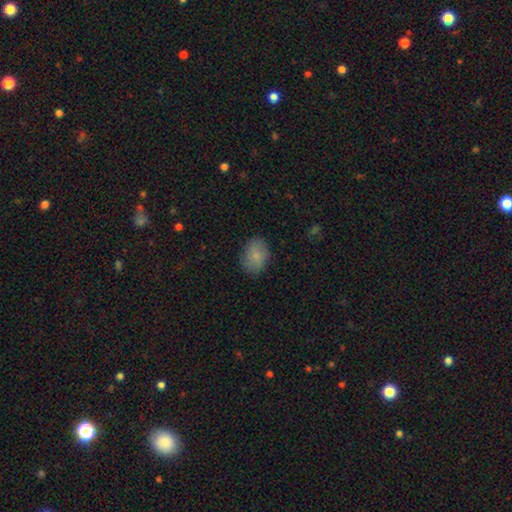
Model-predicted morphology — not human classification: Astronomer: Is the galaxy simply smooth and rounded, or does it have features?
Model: smooth — 81%.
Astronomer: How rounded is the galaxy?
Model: in between — 73%.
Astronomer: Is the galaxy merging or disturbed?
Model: none — 76%.